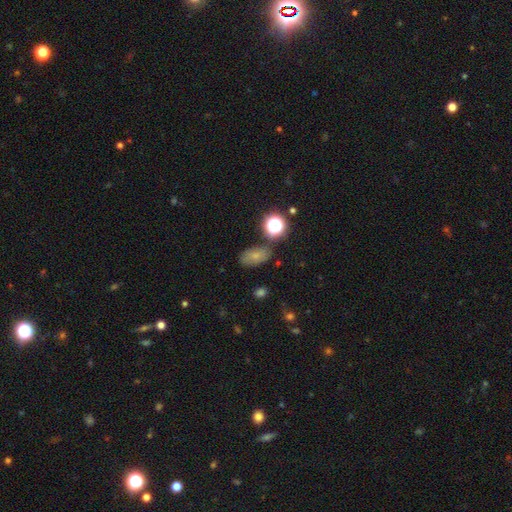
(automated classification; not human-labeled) Smooth or featured: smooth — 64% (star or artifact — 21%)
How rounded: in between — 83% (round — 14%)
Merging: none — 70% (minor disturbance — 19%)